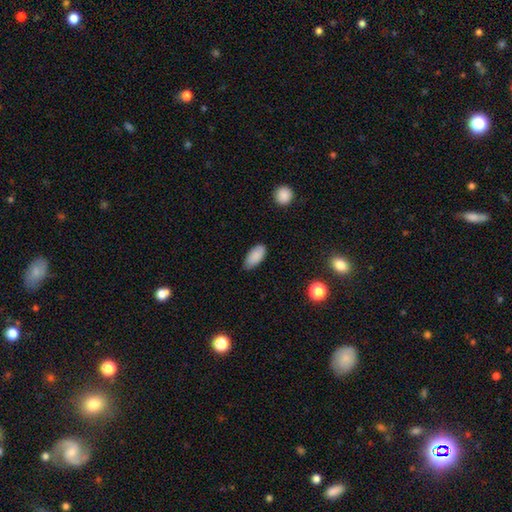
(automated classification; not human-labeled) This appears to be a smooth galaxy with no disk features (88%) that is in between round and cigar-shaped (92%). Merging: none (77%).